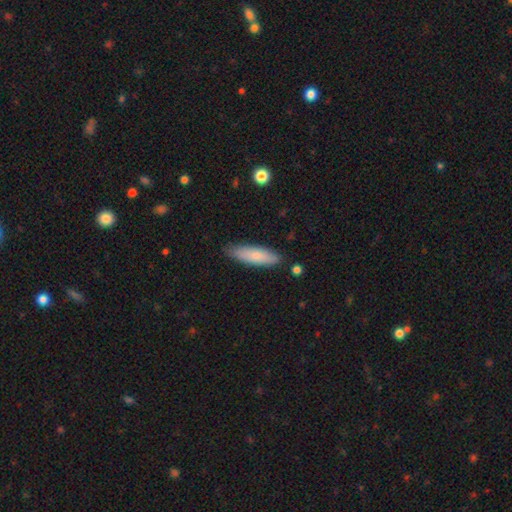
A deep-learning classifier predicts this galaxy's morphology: Smooth or featured?
  - smooth: 76% *
  - featured or disk: 19%
  - star or artifact: 6%
How rounded?
  - cigar-shaped: 62% *
  - in between: 37%
  - round: 2%
Merging?
  - none: 84% *
  - minor disturbance: 12%
  - major disturbance: 2%
  - merger: 2%